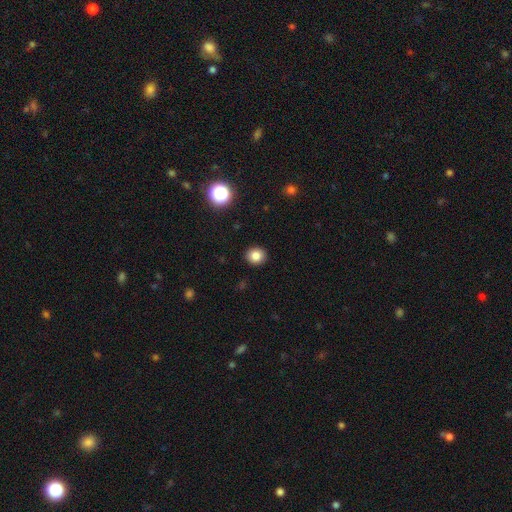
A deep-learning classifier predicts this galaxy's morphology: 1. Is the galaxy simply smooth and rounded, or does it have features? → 83% smooth, 11% star or artifact, 6% featured or disk.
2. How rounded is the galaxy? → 82% round, 17% in between, 1% cigar-shaped.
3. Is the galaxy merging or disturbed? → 92% none, 5% minor disturbance, 2% major disturbance, 1% merger.